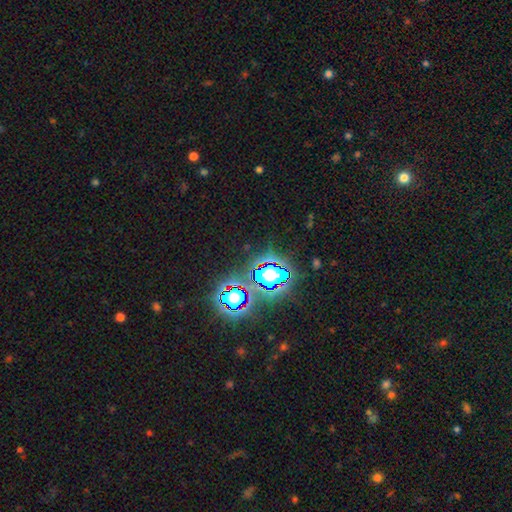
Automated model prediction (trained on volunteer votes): Q: Smooth or featured?
A: star or artifact (81%); runner-up: smooth (11%)